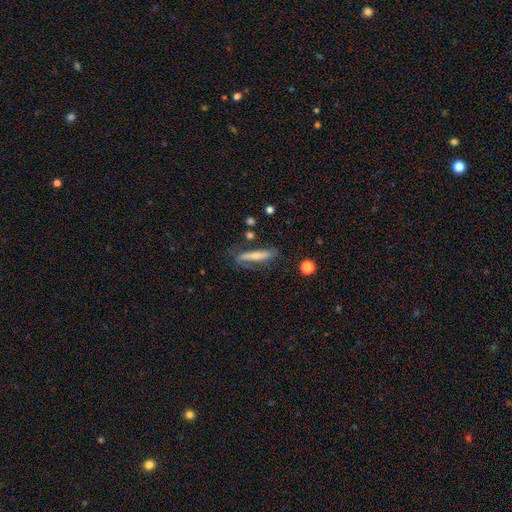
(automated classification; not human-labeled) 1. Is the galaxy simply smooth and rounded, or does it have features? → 47% smooth, 46% featured or disk, 7% star or artifact.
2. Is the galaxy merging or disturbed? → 65% none, 21% minor disturbance, 11% major disturbance, 4% merger.